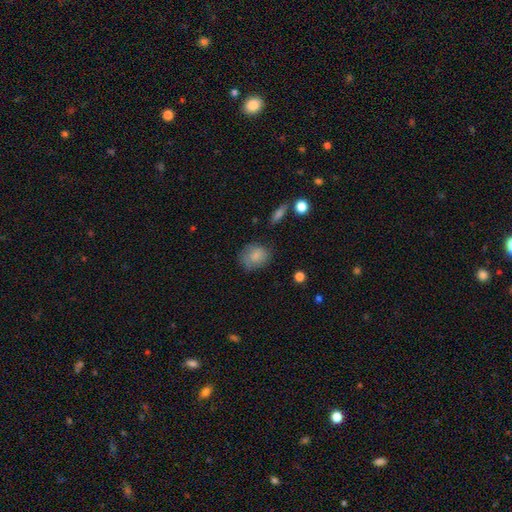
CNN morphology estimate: Smooth or featured? smooth (78%)
How rounded? round (58%)
Merging? none (65%)